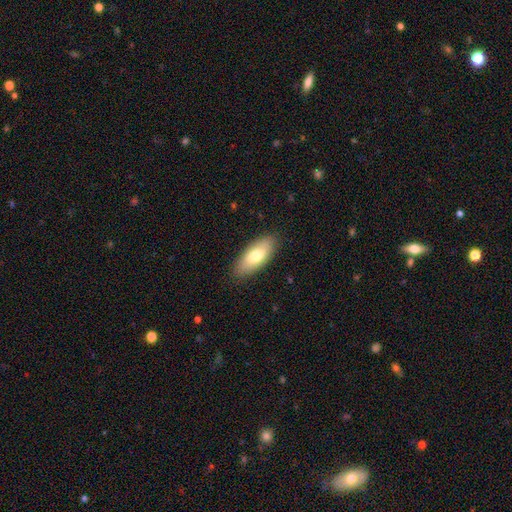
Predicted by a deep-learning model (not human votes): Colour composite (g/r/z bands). It shows a smooth galaxy with no disk features (74%) that is in between round and cigar-shaped (82%). Merging: none (86%).